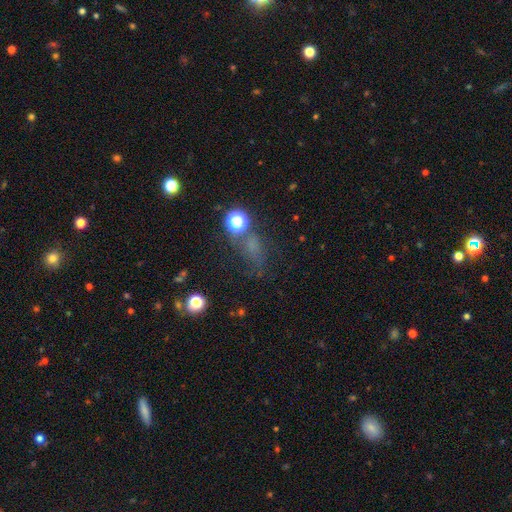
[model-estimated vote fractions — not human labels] smooth-or-featured: smooth: 50% | star or artifact: 34% | featured or disk: 16%
  how-rounded: in between: 52% | round: 40% | cigar-shaped: 8%
  merging: none: 50% | minor disturbance: 20% | major disturbance: 20% | merger: 9%